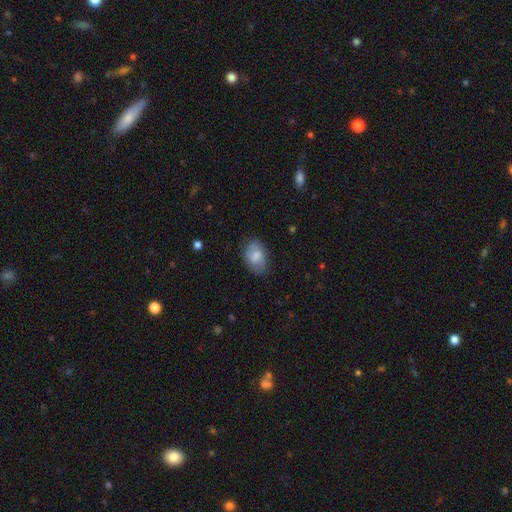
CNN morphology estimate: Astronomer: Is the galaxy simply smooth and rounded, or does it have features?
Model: smooth — 69%.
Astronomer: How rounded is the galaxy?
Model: in between — 85%.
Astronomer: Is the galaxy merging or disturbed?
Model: none — 75%.